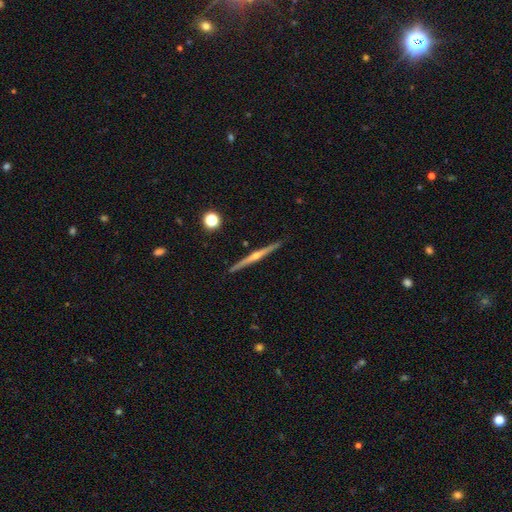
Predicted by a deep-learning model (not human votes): This is clearly a featured or disk galaxy (82%). It is clearly viewed edge-on (99%). Edge-on bulge: clearly rounded (87%). Merging: clearly none (92%).